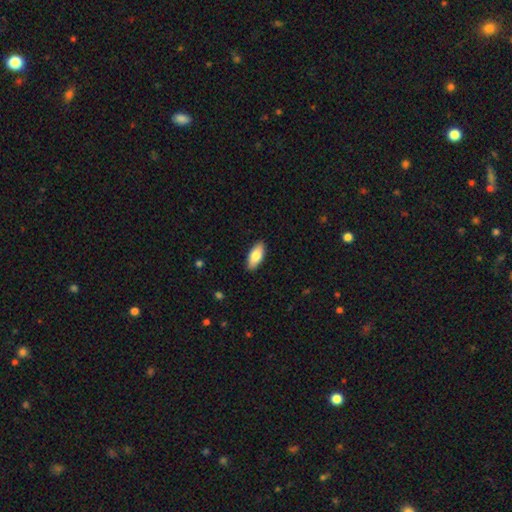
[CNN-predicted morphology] Smooth or featured: smooth — 80% (featured or disk — 14%)
How rounded: in between — 85% (cigar-shaped — 13%)
Merging: none — 89% (minor disturbance — 8%)